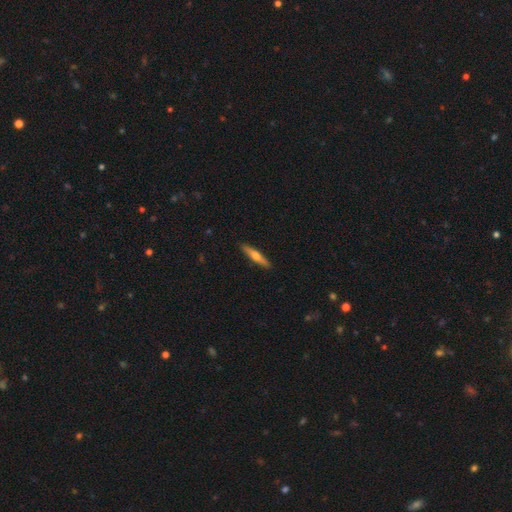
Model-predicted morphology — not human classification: smooth 51%, featured or disk 43%, star or artifact 5%. Down the decision tree: how rounded — cigar-shaped (88%); merging — none (91%).